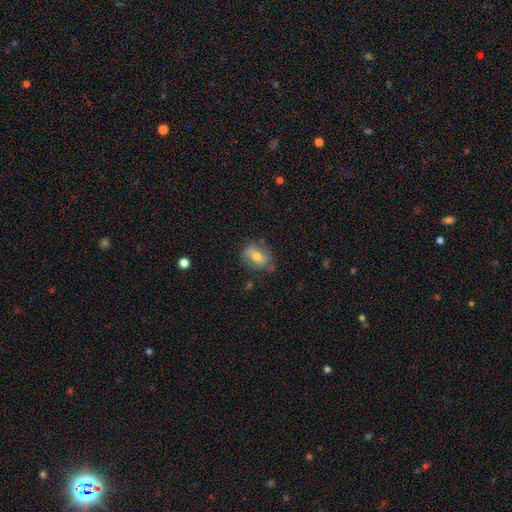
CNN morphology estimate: This appears to be a smooth galaxy with no disk features (62%) that is in between round and cigar-shaped (74%). Merging: none (69%).